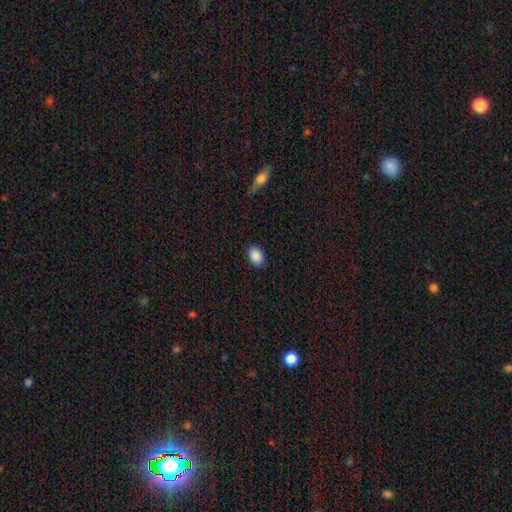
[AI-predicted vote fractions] Smooth or featured? smooth (89%)
How rounded? in between (75%)
Merging? none (86%)